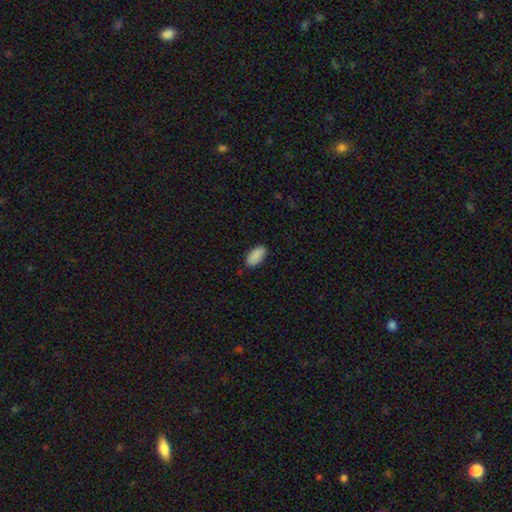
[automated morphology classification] A smooth galaxy with no disk features (90%) that is in between round and cigar-shaped (94%).

Vote fractions:
- Smooth or featured? smooth: 90% / star or artifact: 7% / featured or disk: 3%
- How rounded? in between: 94% / cigar-shaped: 4% / round: 2%
- Merging? none: 86% / minor disturbance: 11% / major disturbance: 2% / merger: 1%